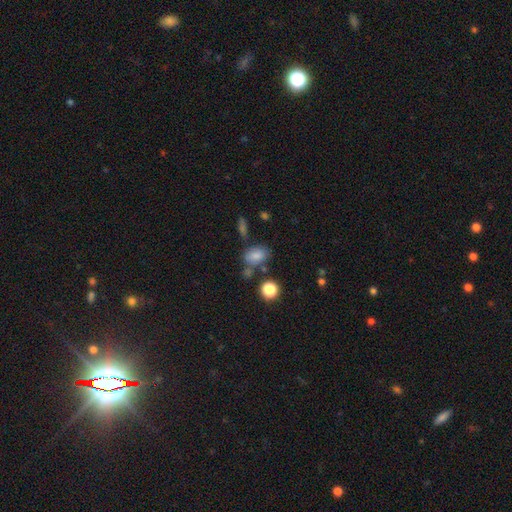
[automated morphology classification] This appears to be a smooth galaxy with no disk features (79%) that is in between round and cigar-shaped (76%). Merging: none (57%).